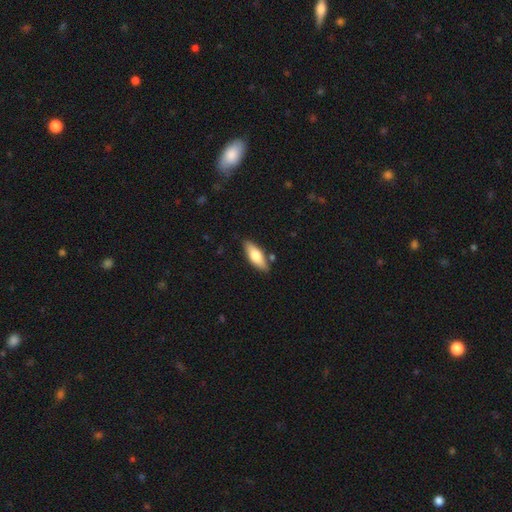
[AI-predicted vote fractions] smooth 69%, featured or disk 25%, star or artifact 6%. Down the decision tree: how rounded — in between (65%); merging — none (83%).